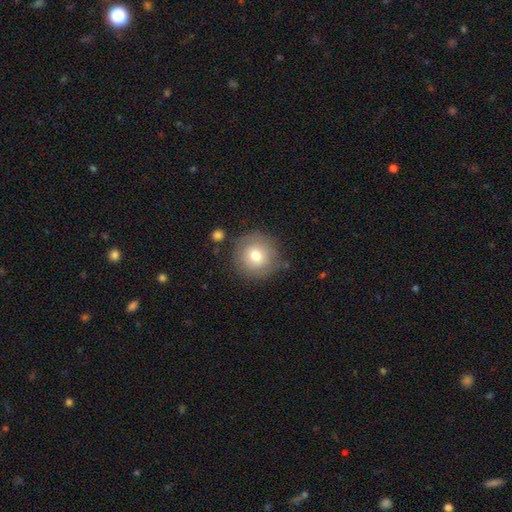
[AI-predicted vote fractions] A smooth galaxy with no disk features (75%) that is round (95%).

Vote fractions:
- Smooth or featured? smooth: 75% / featured or disk: 16% / star or artifact: 9%
- How rounded? round: 95% / in between: 4% / cigar-shaped: 1%
- Merging? none: 81% / minor disturbance: 12% / major disturbance: 4% / merger: 3%